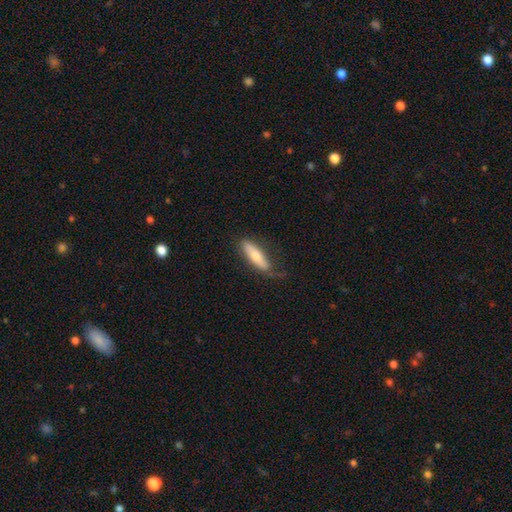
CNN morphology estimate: Overall: smooth (68%). How rounded: cigar-shaped (67%; in between 32%). Merging: none (68%).